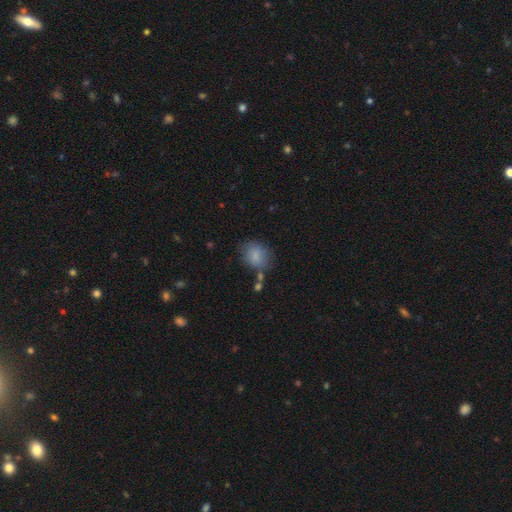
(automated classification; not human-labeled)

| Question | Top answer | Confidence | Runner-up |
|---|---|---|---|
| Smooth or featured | smooth | 82% | featured or disk (10%) |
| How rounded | round | 58% | in between (41%) |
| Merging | none | 60% | minor disturbance (24%) |